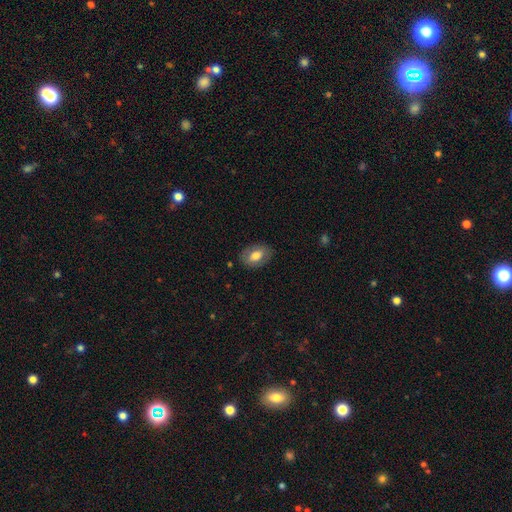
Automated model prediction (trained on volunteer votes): Overall: smooth (70%). How rounded: in between (87%). Merging: none (84%).